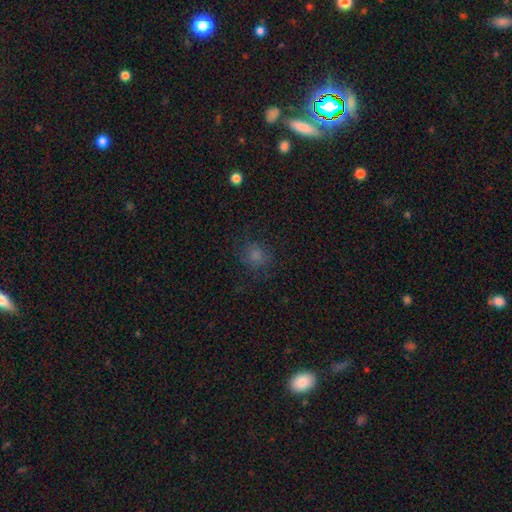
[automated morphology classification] Smooth or featured?
  - smooth: 76% *
  - star or artifact: 17%
  - featured or disk: 7%
How rounded?
  - round: 75% *
  - in between: 24%
  - cigar-shaped: 1%
Merging?
  - none: 77% *
  - minor disturbance: 15%
  - major disturbance: 7%
  - merger: 1%